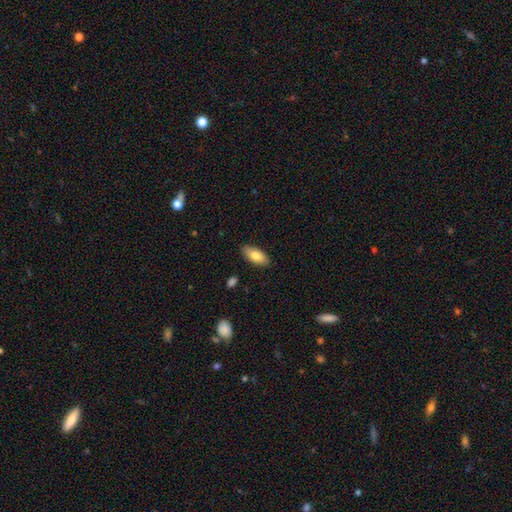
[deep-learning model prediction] Smooth or featured? Predicted: smooth (p=0.80). How rounded? Predicted: in between (p=0.86). Merging? Predicted: none (p=0.87).